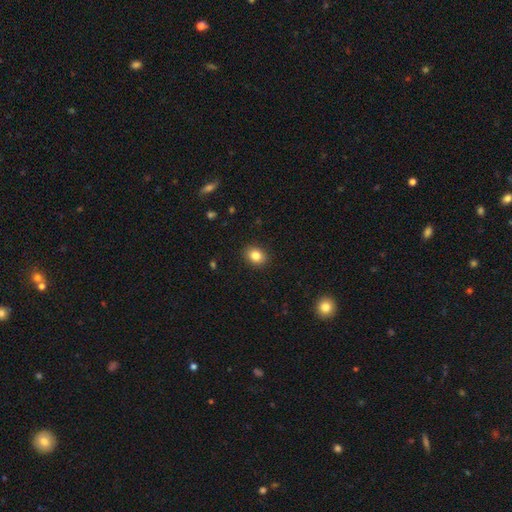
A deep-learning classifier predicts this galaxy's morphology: smooth_or_featured: smooth (p=0.84) [alt: star or artifact p=0.10]
how_rounded: in between (p=0.53) [alt: round p=0.46]
merging: none (p=0.90) [alt: minor disturbance p=0.07]